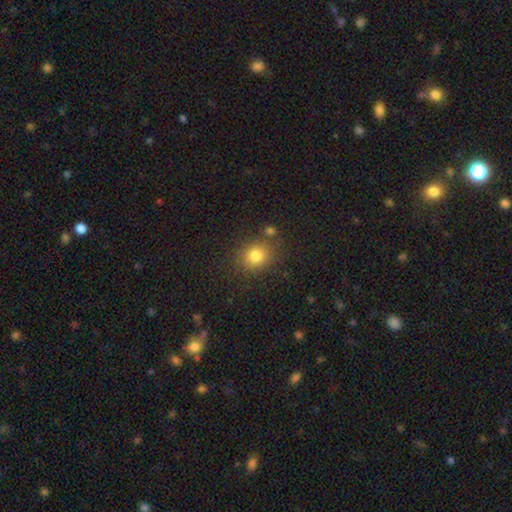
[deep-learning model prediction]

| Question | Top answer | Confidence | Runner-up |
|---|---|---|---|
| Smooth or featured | smooth | 81% | star or artifact (12%) |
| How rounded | round | 61% | in between (38%) |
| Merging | none | 77% | minor disturbance (12%) |